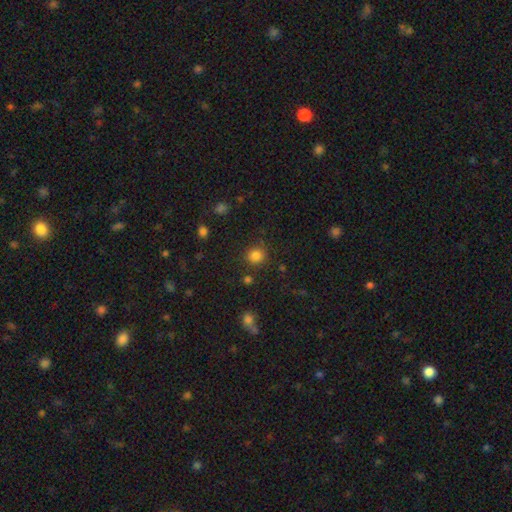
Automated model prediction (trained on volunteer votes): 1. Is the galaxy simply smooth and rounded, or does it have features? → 83% smooth, 13% star or artifact, 4% featured or disk.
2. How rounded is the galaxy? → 89% round, 10% in between, 1% cigar-shaped.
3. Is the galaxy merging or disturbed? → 83% none, 10% minor disturbance, 4% major disturbance, 4% merger.